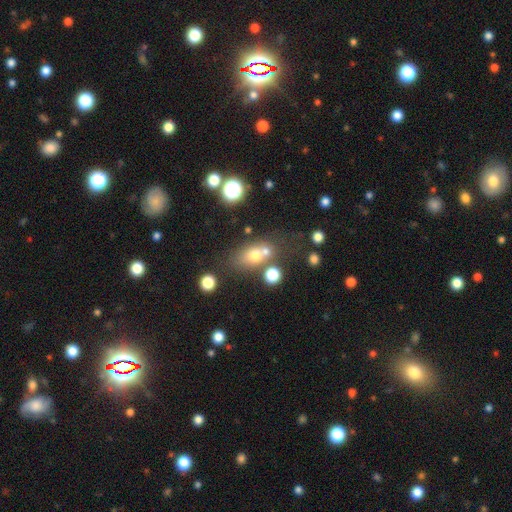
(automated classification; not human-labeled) Smooth or featured? smooth (66%)
How rounded? in between (60%)
Merging? none (48%)